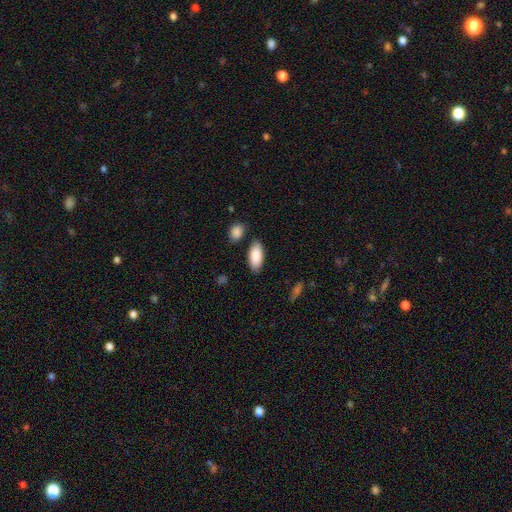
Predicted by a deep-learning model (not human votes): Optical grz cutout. It shows a smooth galaxy with no disk features (89%) that is in between round and cigar-shaped (90%). Merging: none (83%).